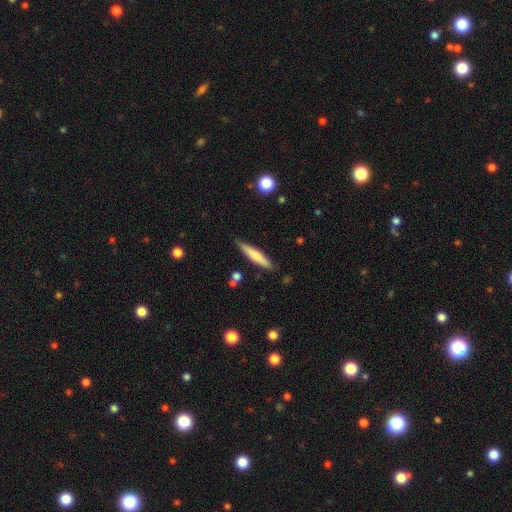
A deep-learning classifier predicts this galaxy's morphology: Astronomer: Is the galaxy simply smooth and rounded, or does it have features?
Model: smooth — 64%.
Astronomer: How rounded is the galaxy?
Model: cigar-shaped — 90%.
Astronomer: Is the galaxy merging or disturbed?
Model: none — 82%.